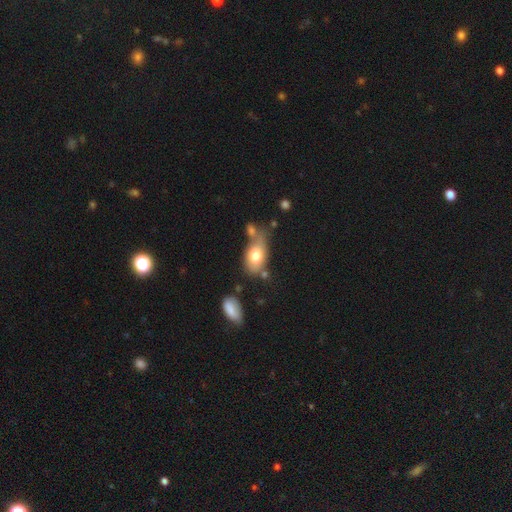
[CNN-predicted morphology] Smooth or featured: smooth — 74% (featured or disk — 19%)
How rounded: in between — 86% (round — 11%)
Merging: none — 41% (merger — 24%)